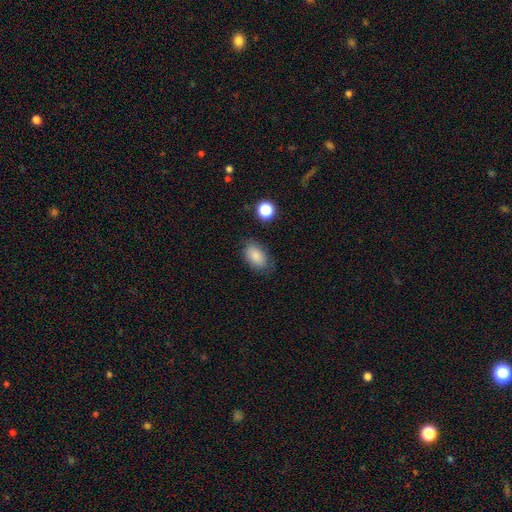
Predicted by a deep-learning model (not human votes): This is clearly a smooth galaxy (85%). How rounded: clearly in between (90%). Merging: likely none (78%).